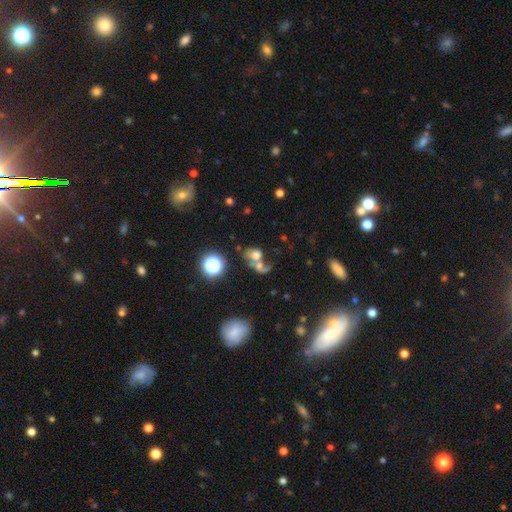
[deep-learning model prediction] Smooth or featured? Predicted: smooth (p=0.52). How rounded? Predicted: round (p=0.56). Merging? Predicted: merger (p=0.59).